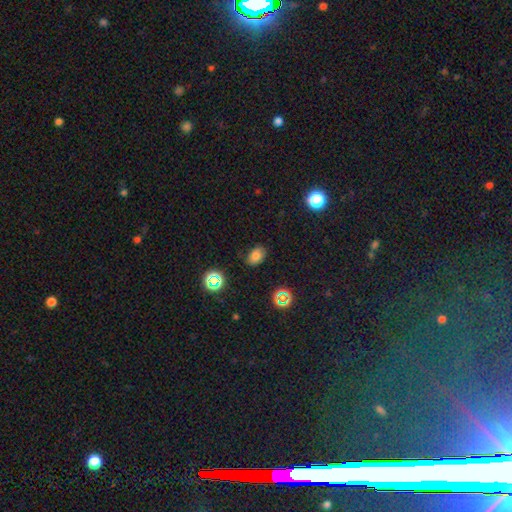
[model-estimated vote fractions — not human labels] Overall: smooth (72%). How rounded: in between (81%). Merging: none (76%).